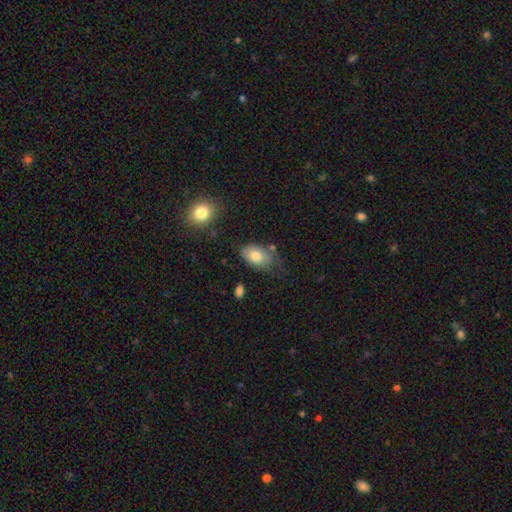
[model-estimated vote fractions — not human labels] smooth-or-featured: smooth: 79% | featured or disk: 14% | star or artifact: 8%
  how-rounded: in between: 88% | round: 11% | cigar-shaped: 1%
  merging: none: 60% | minor disturbance: 27% | major disturbance: 9% | merger: 5%